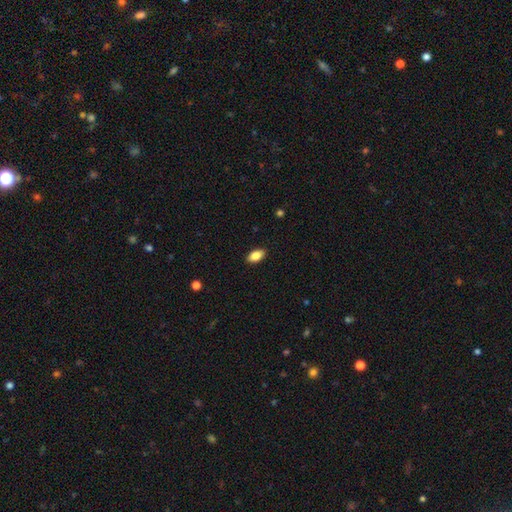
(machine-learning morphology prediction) smooth-or-featured: smooth: 85% | star or artifact: 7% | featured or disk: 7%
  how-rounded: in between: 92% | round: 5% | cigar-shaped: 3%
  merging: none: 90% | minor disturbance: 8% | major disturbance: 2% | merger: 1%